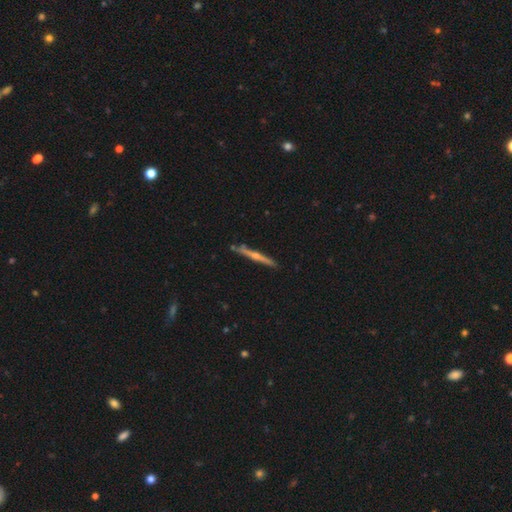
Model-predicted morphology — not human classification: Smooth or featured? featured or disk (71%)
Edge-on disk? yes (98%)
Edge-on bulge? rounded (74%)
Merging? none (87%)